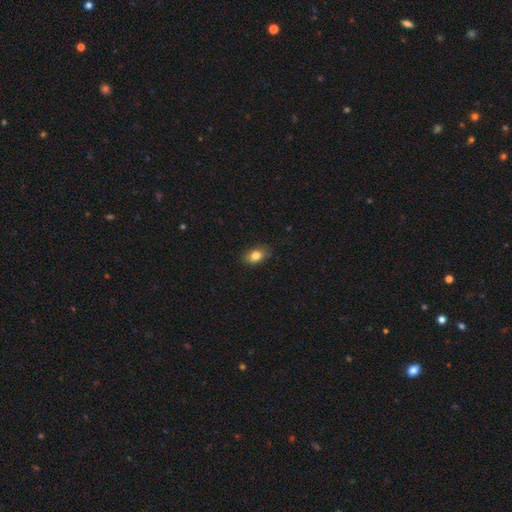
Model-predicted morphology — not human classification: This appears to be a smooth galaxy with no disk features (82%) that is in between round and cigar-shaped (79%). Merging: none (82%).